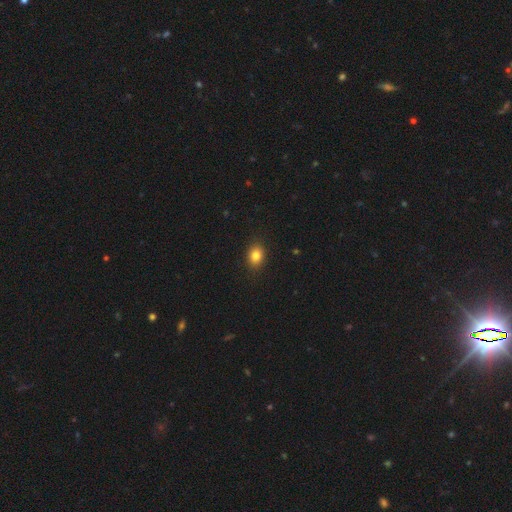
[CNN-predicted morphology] This is clearly a smooth galaxy (83%). How rounded: possibly in between (58%). Merging: clearly none (89%).